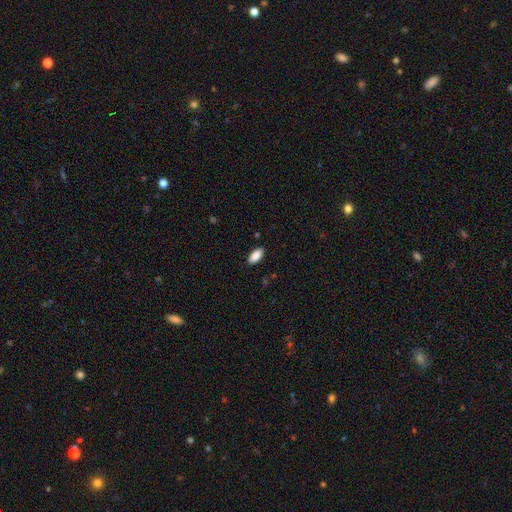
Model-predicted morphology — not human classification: smooth 88%, star or artifact 7%, featured or disk 5%. Down the decision tree: how rounded — in between (89%); merging — none (89%).